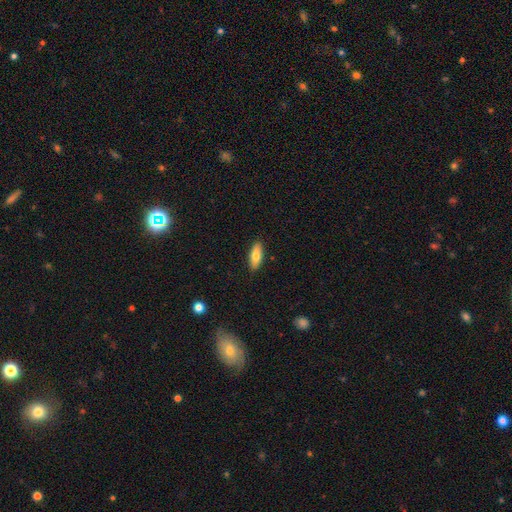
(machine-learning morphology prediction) Smooth or featured?
  - smooth: 78% *
  - featured or disk: 16%
  - star or artifact: 6%
How rounded?
  - in between: 74% *
  - cigar-shaped: 24%
  - round: 2%
Merging?
  - none: 89% *
  - minor disturbance: 8%
  - major disturbance: 2%
  - merger: 1%